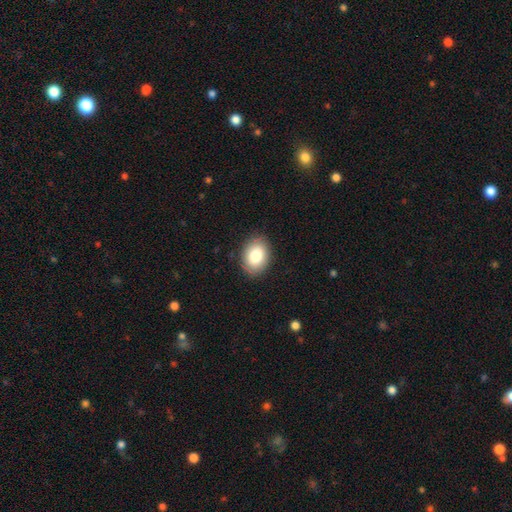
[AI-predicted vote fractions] Smooth or featured: smooth — 81% (featured or disk — 11%)
How rounded: in between — 73% (round — 26%)
Merging: none — 87% (minor disturbance — 10%)